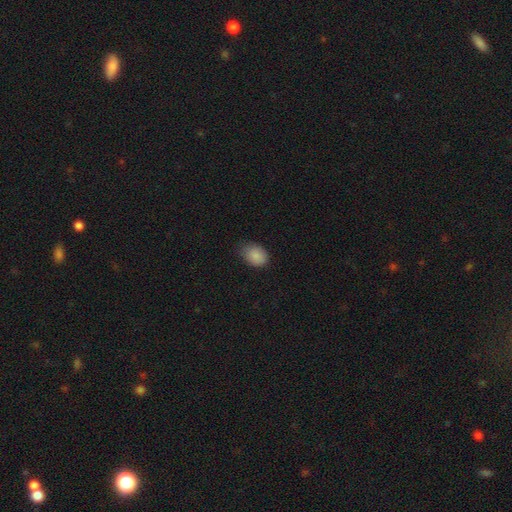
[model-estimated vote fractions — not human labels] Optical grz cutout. It shows a smooth galaxy with no disk features (87%) that is in between round and cigar-shaped (75%). Merging: none (67%).